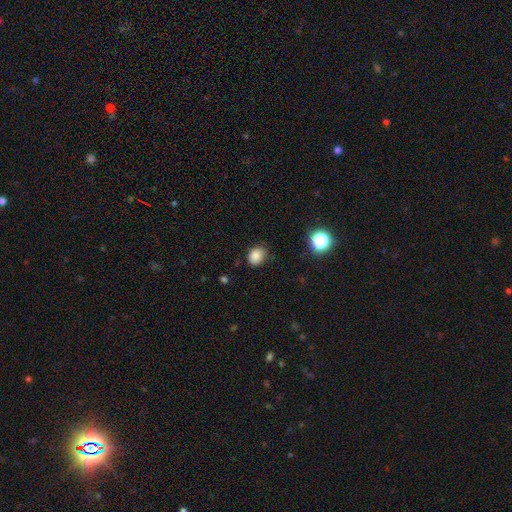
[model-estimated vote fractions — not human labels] Overall: smooth (84%). How rounded: round (52%; in between 47%). Merging: none (73%).